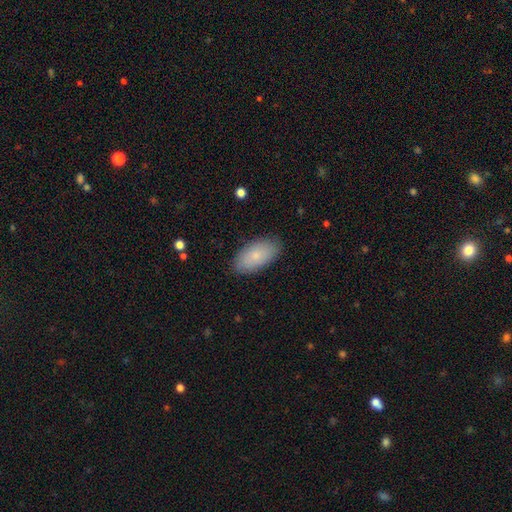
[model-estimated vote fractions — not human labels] Smooth or featured: smooth — 80% (featured or disk — 14%)
How rounded: in between — 95% (round — 3%)
Merging: none — 85% (minor disturbance — 11%)